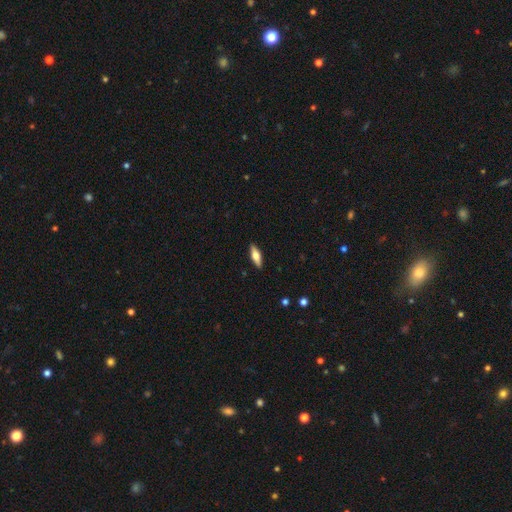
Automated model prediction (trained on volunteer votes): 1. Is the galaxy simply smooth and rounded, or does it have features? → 54% smooth, 39% featured or disk, 6% star or artifact.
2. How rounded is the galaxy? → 55% in between, 43% cigar-shaped, 3% round.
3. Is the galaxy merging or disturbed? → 90% none, 8% minor disturbance, 2% major disturbance, 1% merger.